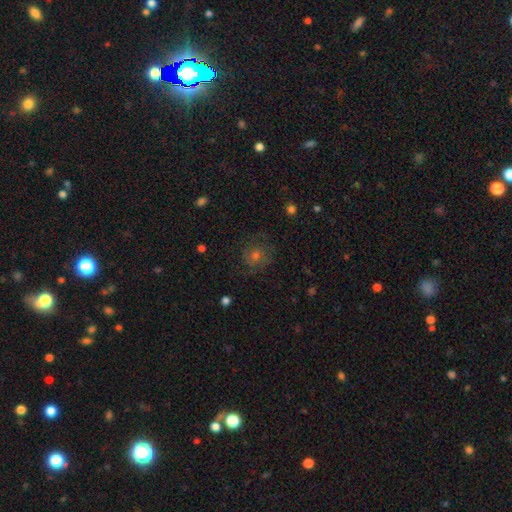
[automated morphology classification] smooth 40%, featured or disk 33%, star or artifact 27%. Down the decision tree: merging — none (77%).